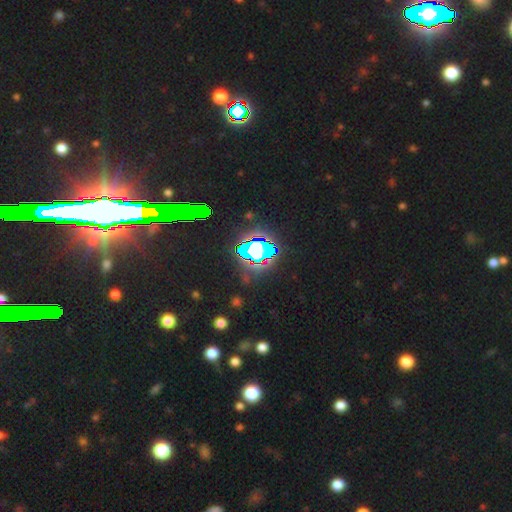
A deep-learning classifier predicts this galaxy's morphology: smooth_or_featured: star or artifact (p=0.68) [alt: smooth p=0.20]